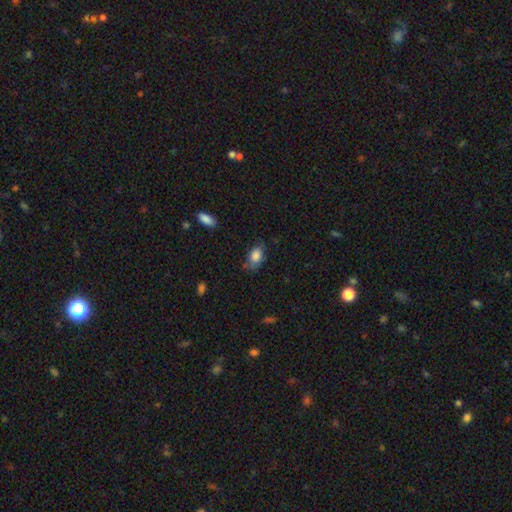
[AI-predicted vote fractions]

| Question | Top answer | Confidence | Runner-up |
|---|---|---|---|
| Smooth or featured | smooth | 83% | featured or disk (9%) |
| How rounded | in between | 85% | round (13%) |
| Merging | none | 58% | minor disturbance (31%) |